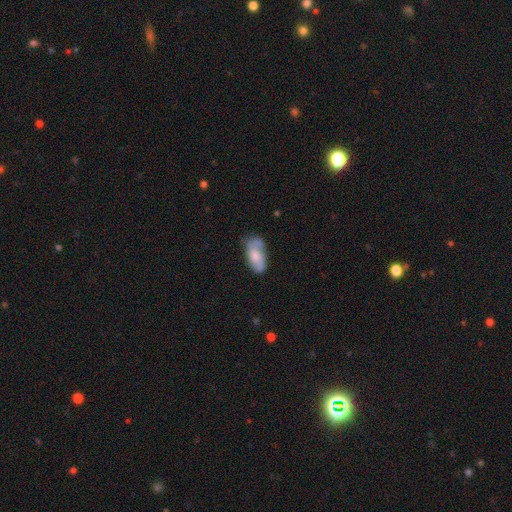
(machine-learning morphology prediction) This is possibly a smooth galaxy (60%). How rounded: clearly in between (89%). Merging: possibly none (50%).